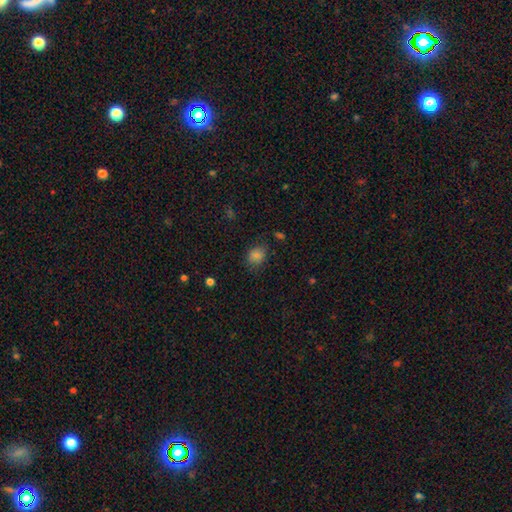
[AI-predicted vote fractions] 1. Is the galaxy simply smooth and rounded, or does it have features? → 81% smooth, 12% star or artifact, 7% featured or disk.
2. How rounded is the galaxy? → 54% in between, 45% round, 1% cigar-shaped.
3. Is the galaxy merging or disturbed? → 75% none, 19% minor disturbance, 5% major disturbance, 2% merger.